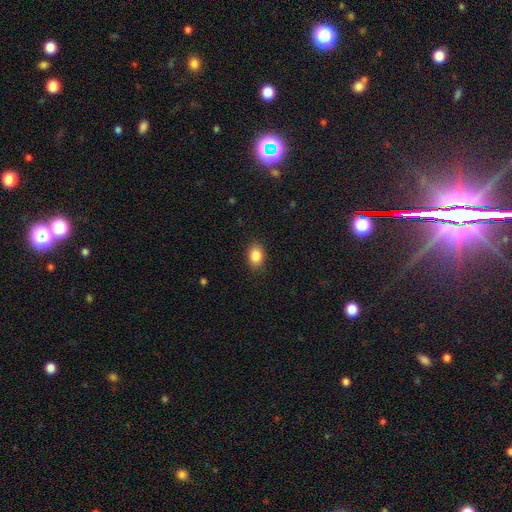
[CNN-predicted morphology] This appears to be a smooth galaxy with no disk features (87%) that is in between round and cigar-shaped (74%). Merging: none (88%).